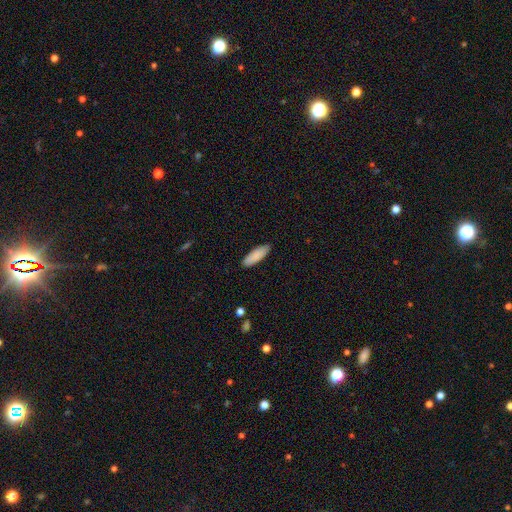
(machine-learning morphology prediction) smooth-or-featured: smooth: 89% | star or artifact: 6% | featured or disk: 6%
  how-rounded: in between: 54% | cigar-shaped: 44% | round: 1%
  merging: none: 89% | minor disturbance: 8% | major disturbance: 2% | merger: 1%